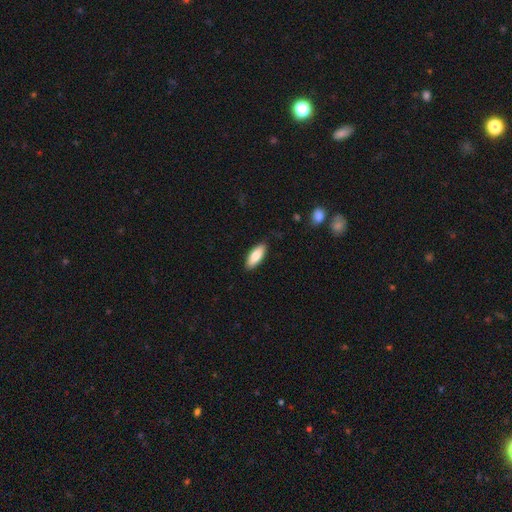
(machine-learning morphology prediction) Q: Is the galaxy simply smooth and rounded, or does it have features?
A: smooth — 82%.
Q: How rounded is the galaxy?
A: in between — 74%.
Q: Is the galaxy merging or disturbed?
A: none — 87%.